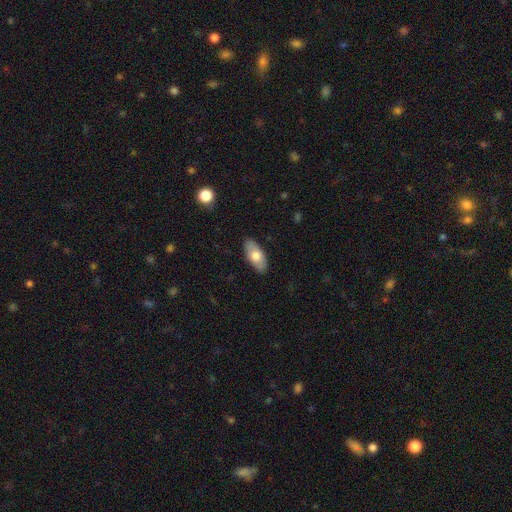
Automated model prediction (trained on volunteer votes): This is likely a smooth galaxy (69%). How rounded: clearly in between (90%). Merging: clearly none (87%).